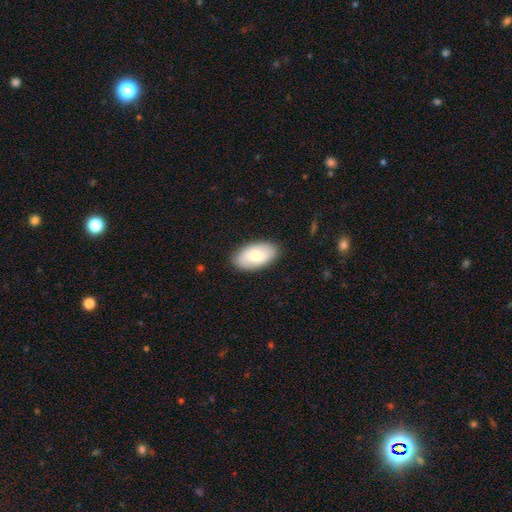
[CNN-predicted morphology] The model was most divided on "smooth or featured": smooth: 71%, featured or disk: 23%, star or artifact: 6%. More confident: how rounded — in between (95%); merging — none (87%).